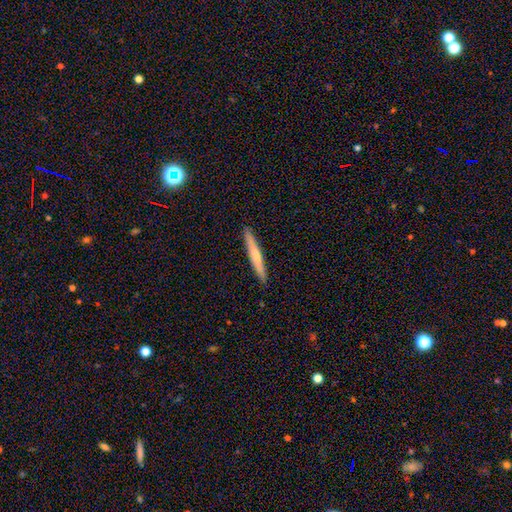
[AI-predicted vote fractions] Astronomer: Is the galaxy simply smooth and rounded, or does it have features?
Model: smooth — 60%.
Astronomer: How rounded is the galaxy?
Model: cigar-shaped — 96%.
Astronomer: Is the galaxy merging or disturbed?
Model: none — 92%.